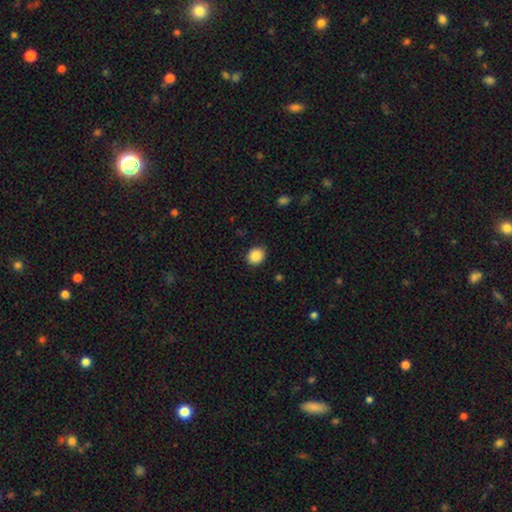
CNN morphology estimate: This appears to be a smooth galaxy with no disk features (88%) that is round (65%). Merging: none (86%).